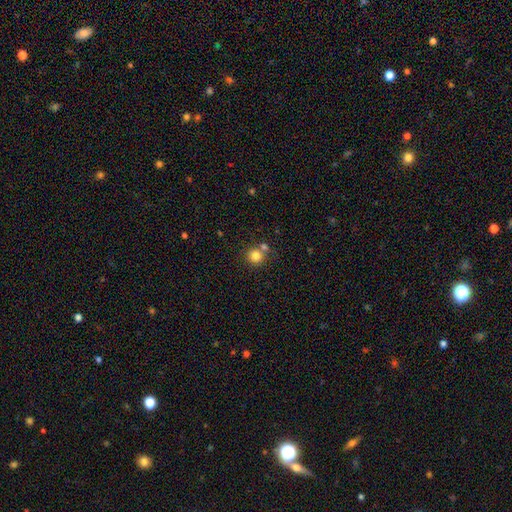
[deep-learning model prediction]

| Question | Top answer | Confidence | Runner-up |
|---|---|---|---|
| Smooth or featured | smooth | 81% | star or artifact (12%) |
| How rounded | round | 91% | in between (8%) |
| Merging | none | 65% | merger (24%) |